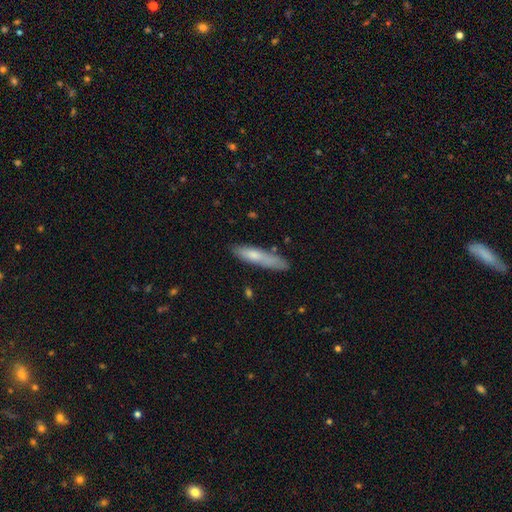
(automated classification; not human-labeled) A smooth galaxy with no disk features (69%) that is cigar-shaped (84%). Merging: none (74%).